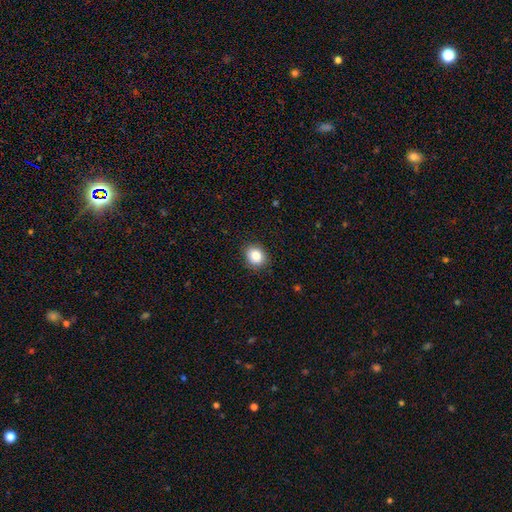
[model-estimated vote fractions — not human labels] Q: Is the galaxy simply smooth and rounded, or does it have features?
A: smooth — 85%.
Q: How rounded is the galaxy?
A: round — 62%.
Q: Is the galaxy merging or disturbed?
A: none — 87%.